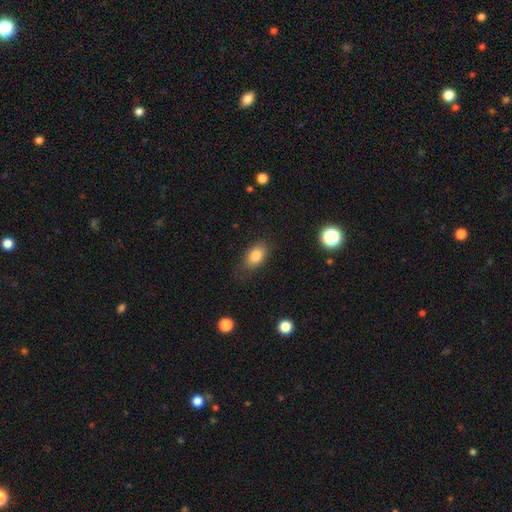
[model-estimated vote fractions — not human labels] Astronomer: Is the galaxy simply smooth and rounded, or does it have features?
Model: smooth — 82%.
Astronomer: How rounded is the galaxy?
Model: in between — 86%.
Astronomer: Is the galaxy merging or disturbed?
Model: none — 77%.